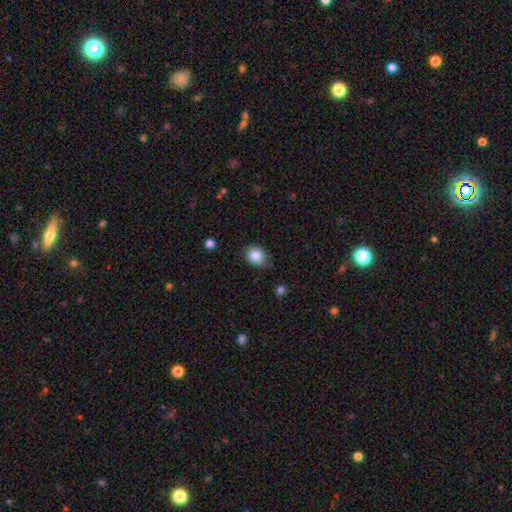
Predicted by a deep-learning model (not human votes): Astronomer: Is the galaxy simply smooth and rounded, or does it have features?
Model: smooth — 86%.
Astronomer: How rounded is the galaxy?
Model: in between — 53% (runner-up: round, 46%).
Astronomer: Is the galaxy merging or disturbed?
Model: none — 80%.